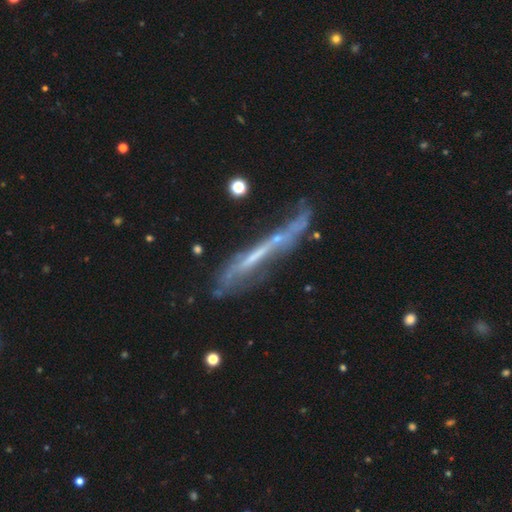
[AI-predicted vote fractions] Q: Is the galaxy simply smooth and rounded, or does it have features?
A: featured or disk — 67%.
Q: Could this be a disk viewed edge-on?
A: yes — 71%.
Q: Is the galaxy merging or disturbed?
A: none — 43%.